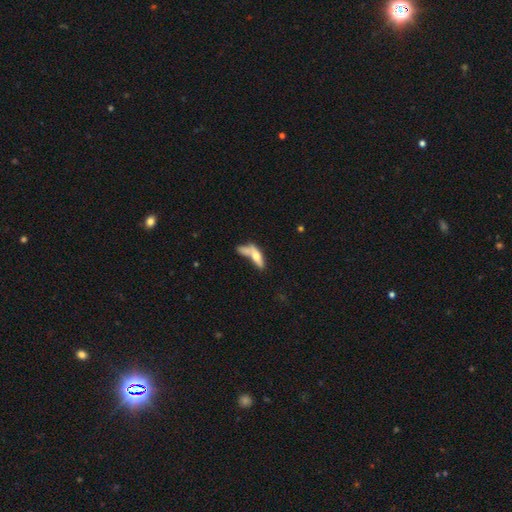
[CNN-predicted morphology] Smooth or featured? smooth (55%)
How rounded? in between (50%)
Merging? merger (43%)